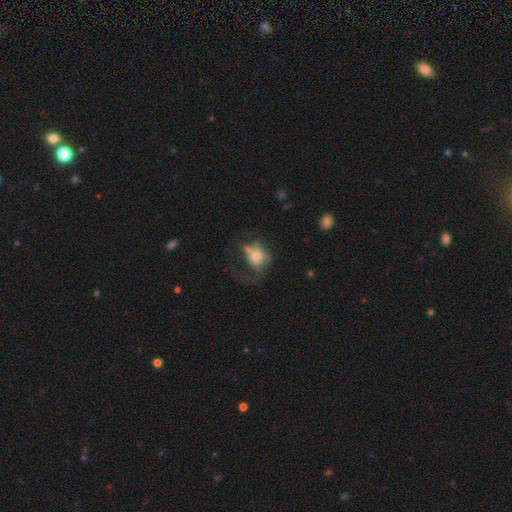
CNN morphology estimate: smooth_or_featured: smooth (p=0.58) [alt: featured or disk p=0.31]
how_rounded: in between (p=0.59) [alt: round p=0.39]
merging: major disturbance (p=0.52) [alt: none p=0.24]